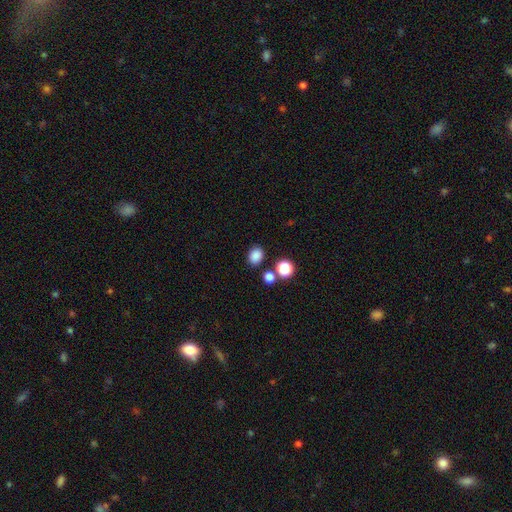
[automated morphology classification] This is clearly a smooth galaxy (84%). How rounded: possibly round (50%). Merging: likely none (80%).